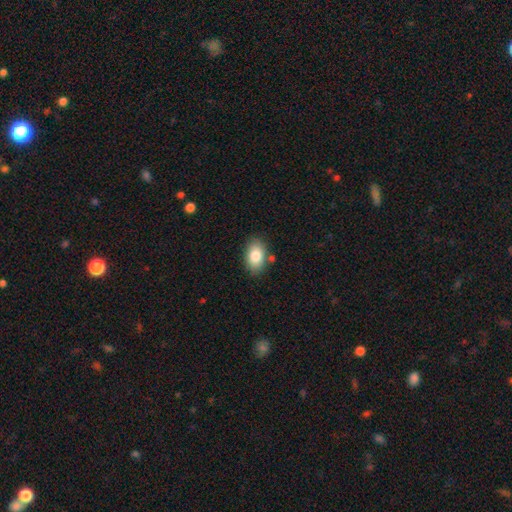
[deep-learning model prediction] A smooth galaxy with no disk features (82%) that is in between round and cigar-shaped (87%).

Vote fractions:
- Smooth or featured? smooth: 82% / featured or disk: 10% / star or artifact: 8%
- How rounded? in between: 87% / round: 11% / cigar-shaped: 1%
- Merging? none: 81% / minor disturbance: 12% / merger: 4% / major disturbance: 3%